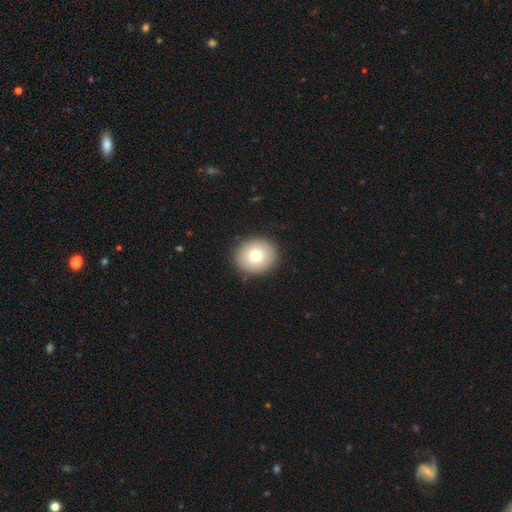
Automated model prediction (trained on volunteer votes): smooth-or-featured: smooth: 75% | featured or disk: 15% | star or artifact: 10%
  how-rounded: round: 85% | in between: 14% | cigar-shaped: 1%
  merging: none: 91% | minor disturbance: 6% | major disturbance: 2% | merger: 1%